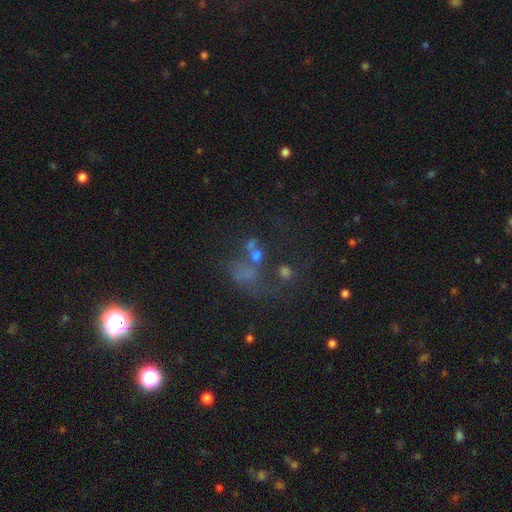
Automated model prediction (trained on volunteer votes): Q: Smooth or featured?
A: smooth (41%); runner-up: star or artifact (30%)
Q: Merging?
A: none (33%); runner-up: merger (30%)